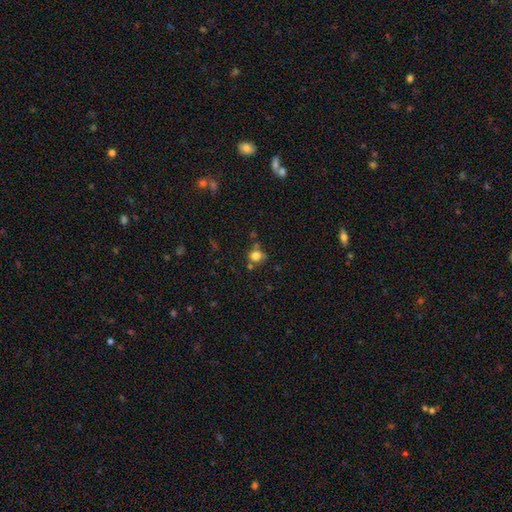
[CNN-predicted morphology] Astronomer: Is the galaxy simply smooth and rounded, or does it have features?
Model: smooth — 77%.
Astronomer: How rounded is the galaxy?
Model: round — 83%.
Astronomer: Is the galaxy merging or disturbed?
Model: none — 62%.